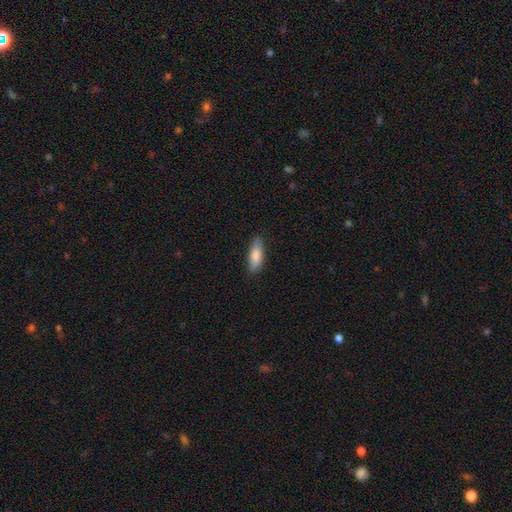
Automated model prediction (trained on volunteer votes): A smooth galaxy with no disk features (84%) that is in between round and cigar-shaped (61%). Merging: none (85%).